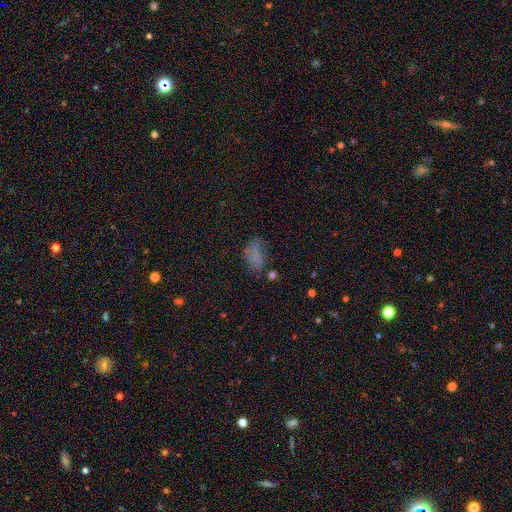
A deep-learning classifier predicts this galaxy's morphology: A smooth galaxy with no disk features (68%) that is in between round and cigar-shaped (90%).

Vote fractions:
- Smooth or featured? smooth: 68% / star or artifact: 17% / featured or disk: 15%
- How rounded? in between: 90% / round: 7% / cigar-shaped: 3%
- Merging? none: 51% / minor disturbance: 28% / major disturbance: 16% / merger: 5%